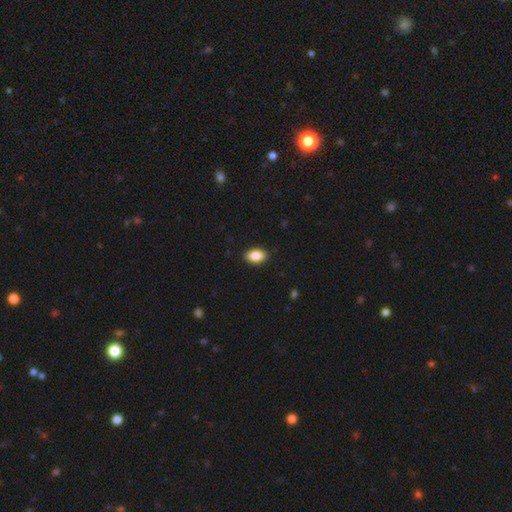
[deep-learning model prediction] Smooth or featured? smooth (88%)
How rounded? in between (91%)
Merging? none (89%)